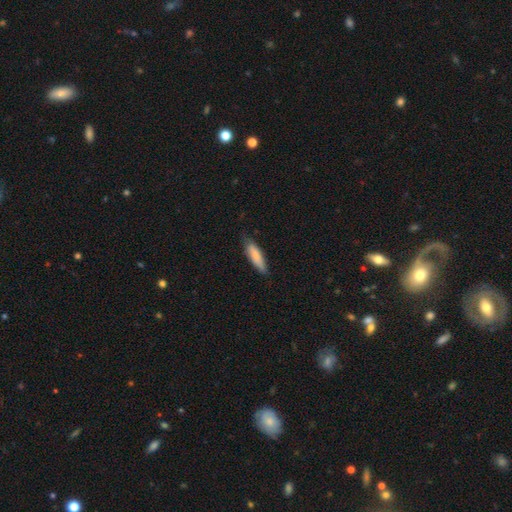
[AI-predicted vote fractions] This is clearly a smooth galaxy (81%). How rounded: likely cigar-shaped (66%). Merging: likely none (73%).